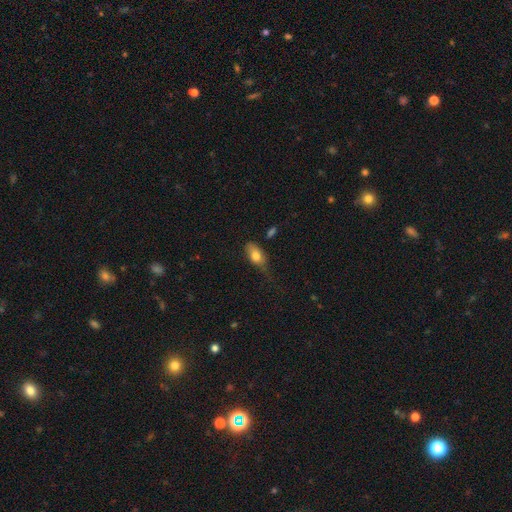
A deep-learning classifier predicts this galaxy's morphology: smooth_or_featured: smooth (p=0.76) [alt: featured or disk p=0.16]
how_rounded: in between (p=0.87) [alt: cigar-shaped p=0.07]
merging: minor disturbance (p=0.39) [alt: none p=0.36]